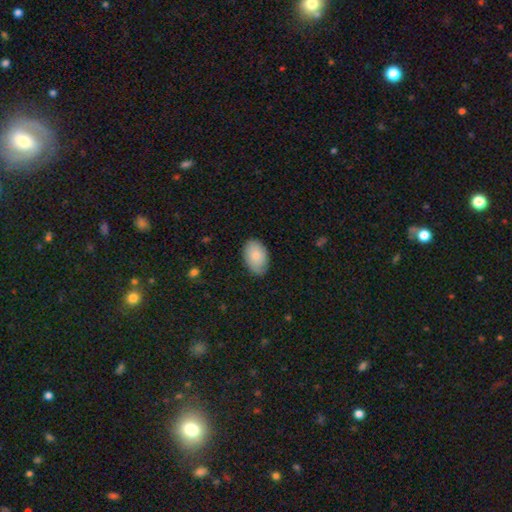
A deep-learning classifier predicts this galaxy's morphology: Smooth or featured: smooth — 80% (featured or disk — 15%)
How rounded: in between — 91% (round — 8%)
Merging: none — 79% (minor disturbance — 17%)